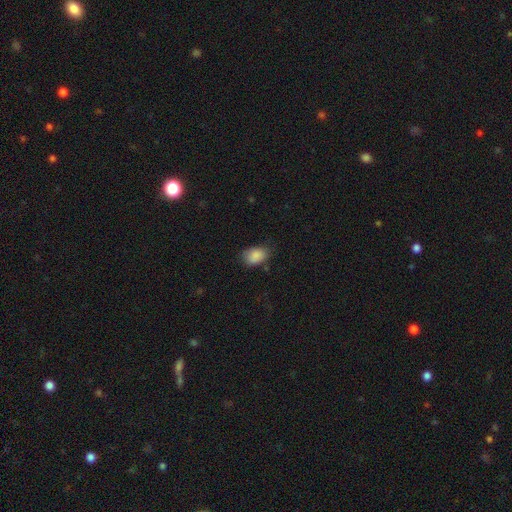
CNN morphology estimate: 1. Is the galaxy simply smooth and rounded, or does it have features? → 88% smooth, 8% star or artifact, 4% featured or disk.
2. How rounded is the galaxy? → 84% in between, 15% round, 1% cigar-shaped.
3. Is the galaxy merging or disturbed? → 68% none, 25% minor disturbance, 5% major disturbance, 2% merger.